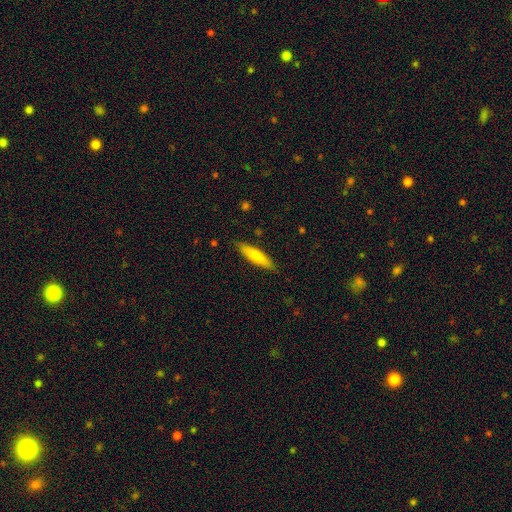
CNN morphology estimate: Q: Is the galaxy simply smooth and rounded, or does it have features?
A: smooth — 69%.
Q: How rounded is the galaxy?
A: cigar-shaped — 76%.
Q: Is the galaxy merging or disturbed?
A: none — 87%.